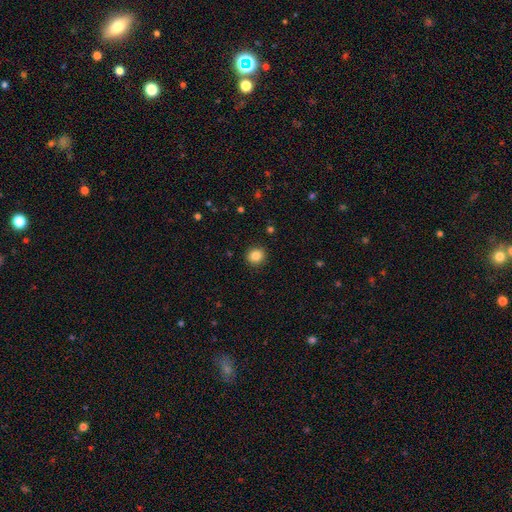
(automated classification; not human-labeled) Overall: smooth (86%). How rounded: round (85%). Merging: none (91%).